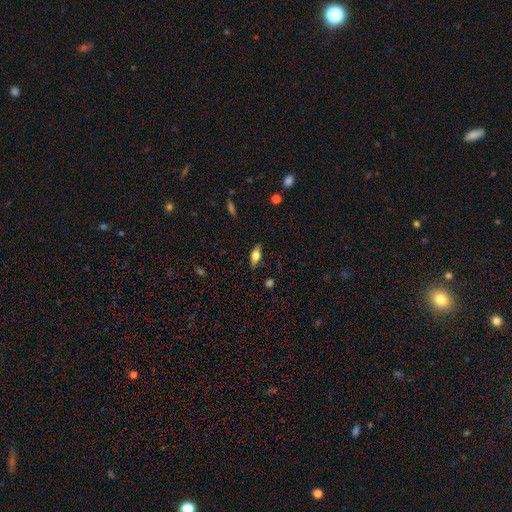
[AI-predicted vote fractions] Overall: smooth (63%; featured or disk 29%). How rounded: in between (76%). Merging: none (85%).